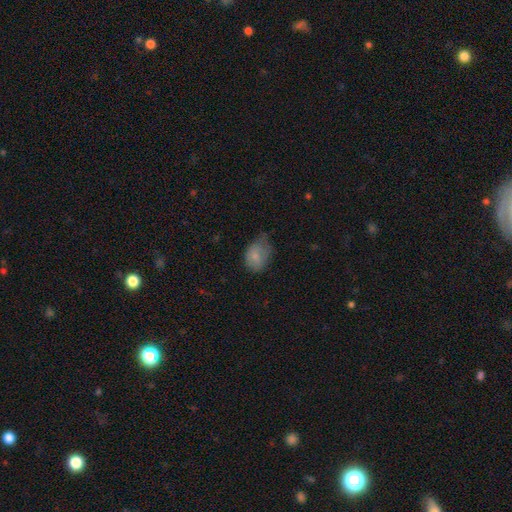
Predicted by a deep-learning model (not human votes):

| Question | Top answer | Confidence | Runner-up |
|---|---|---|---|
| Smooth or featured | smooth | 78% | featured or disk (13%) |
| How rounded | in between | 66% | round (33%) |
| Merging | minor disturbance | 43% | none (34%) |